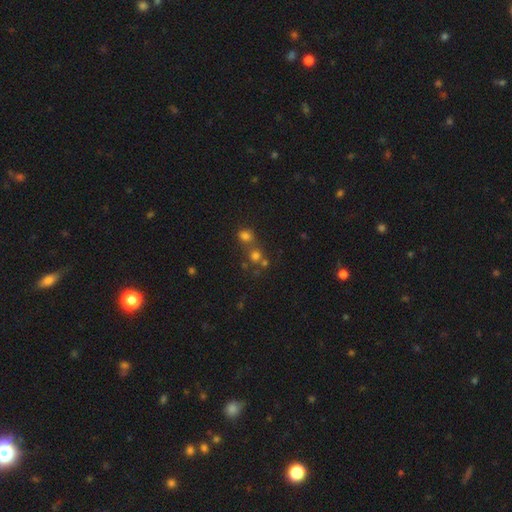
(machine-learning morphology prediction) type=smooth (58%); roundness=round (86%); merging=none (52%).